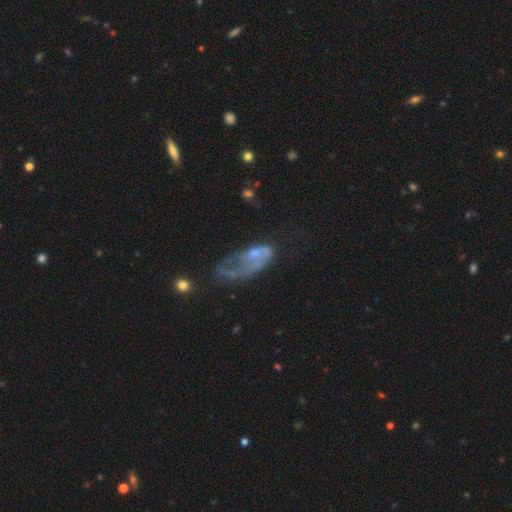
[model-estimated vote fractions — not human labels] smooth_or_featured: featured or disk (p=0.56) [alt: smooth p=0.33]
disk_edge_on: no (p=0.92) [alt: yes p=0.08]
bar: no (p=0.78) [alt: weak p=0.18]
has_spiral_arms: no (p=0.61) [alt: yes p=0.39]
bulge_size: small (p=0.38) [alt: none p=0.29]
merging: major disturbance (p=0.49) [alt: none p=0.23]